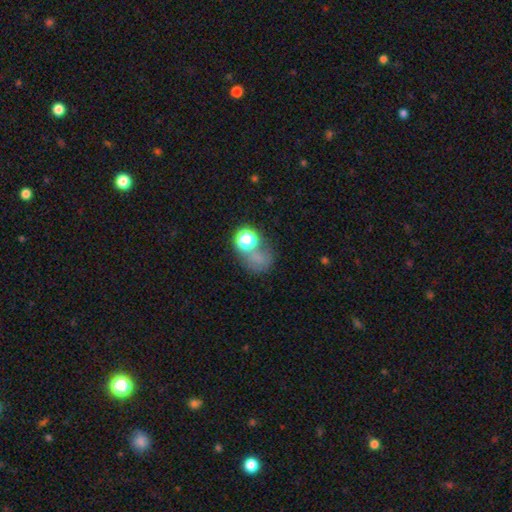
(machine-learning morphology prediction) Smooth or featured? smooth (49%)
Merging? none (45%)